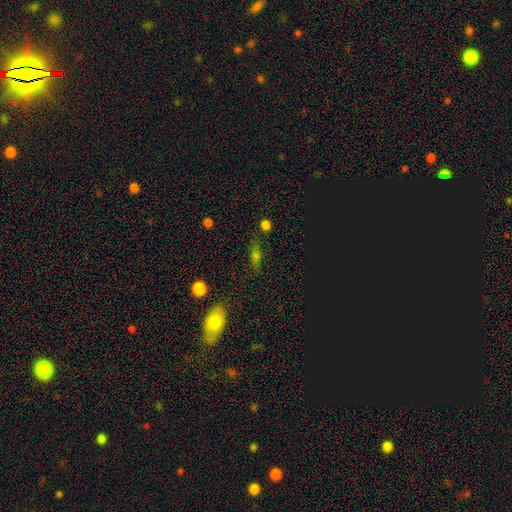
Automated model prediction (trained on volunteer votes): Morphology: type=smooth (50%); roundness=in between (53%); merging=none (77%).